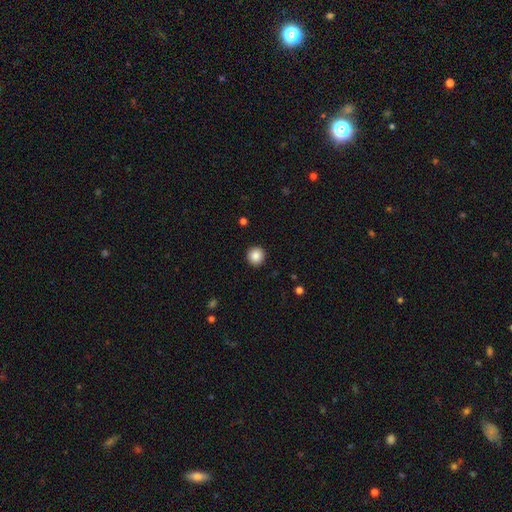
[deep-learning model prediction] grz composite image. It shows a smooth galaxy with no disk features (87%) that is round (95%). Merging: none (93%).